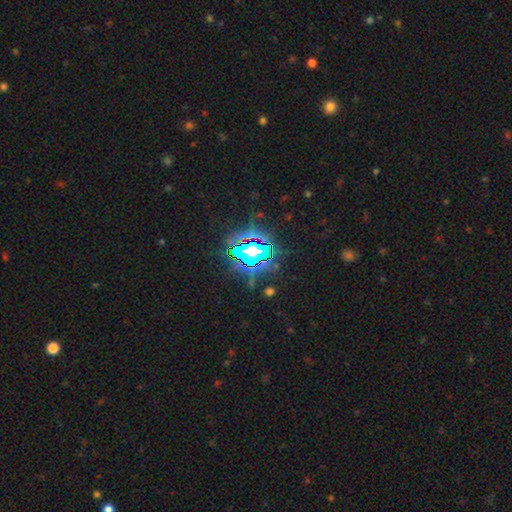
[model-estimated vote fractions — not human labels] This is likely a star or artifact rather than a galaxy (71%).